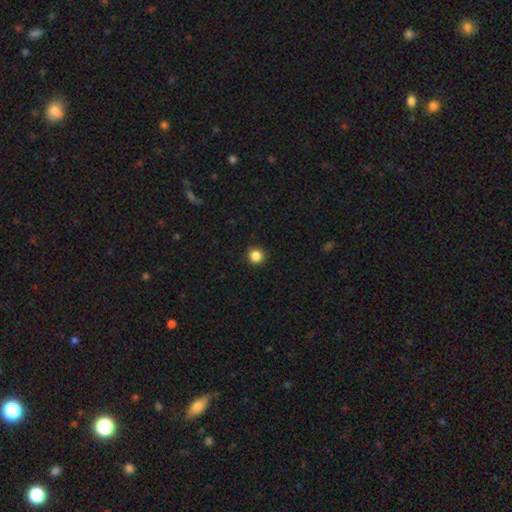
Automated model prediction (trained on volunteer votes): This appears to be a smooth galaxy with no disk features (86%) that is round (95%). Merging: none (92%).